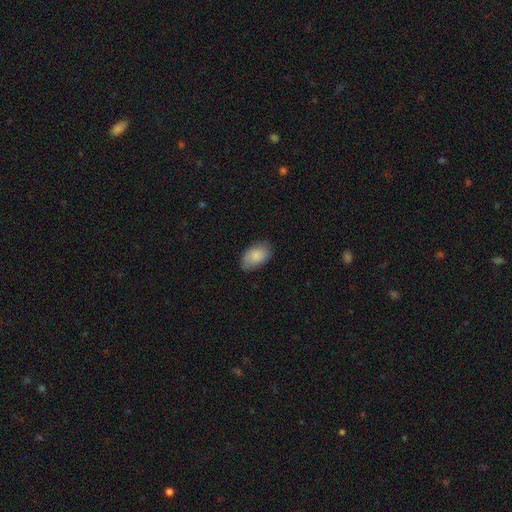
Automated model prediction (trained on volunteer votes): smooth-or-featured: smooth: 85% | featured or disk: 8% | star or artifact: 6%
  how-rounded: in between: 93% | round: 5% | cigar-shaped: 1%
  merging: none: 78% | minor disturbance: 18% | major disturbance: 3% | merger: 1%